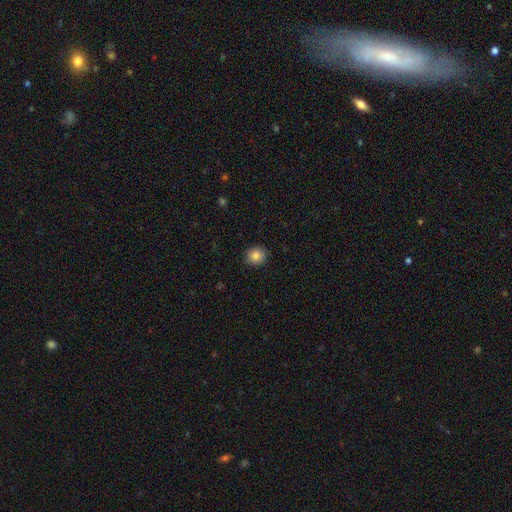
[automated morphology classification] Smooth or featured?
  - smooth: 85% *
  - star or artifact: 9%
  - featured or disk: 6%
How rounded?
  - round: 87% *
  - in between: 12%
  - cigar-shaped: 1%
Merging?
  - none: 90% *
  - minor disturbance: 7%
  - major disturbance: 2%
  - merger: 1%